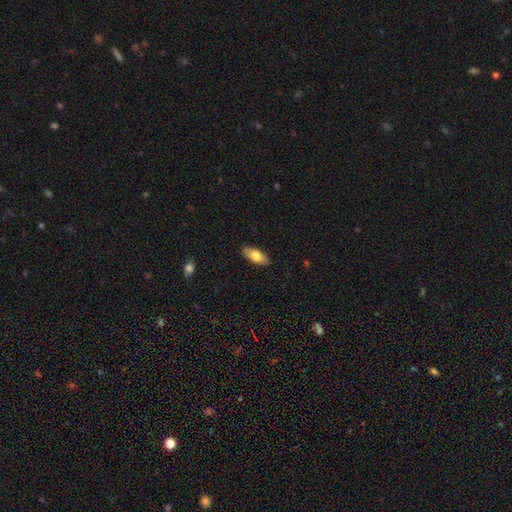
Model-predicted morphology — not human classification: A smooth galaxy with no disk features (76%) that is in between round and cigar-shaped (87%). Merging: none (87%).